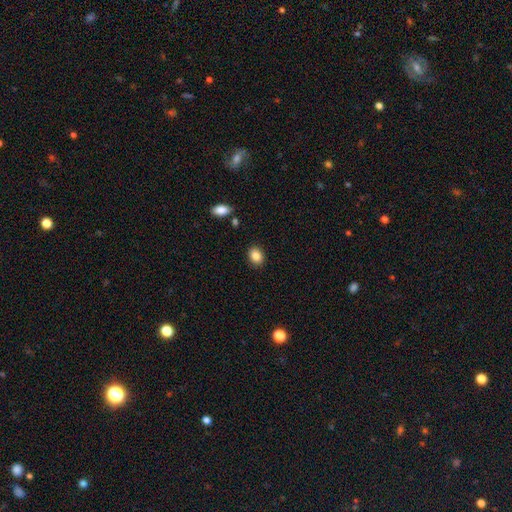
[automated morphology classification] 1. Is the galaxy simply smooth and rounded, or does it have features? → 86% smooth, 9% star or artifact, 5% featured or disk.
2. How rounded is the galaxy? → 56% in between, 43% round, 1% cigar-shaped.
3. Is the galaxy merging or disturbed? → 88% none, 8% minor disturbance, 2% major disturbance, 2% merger.